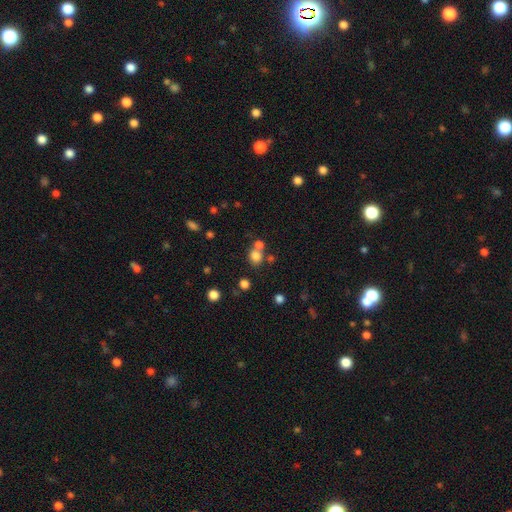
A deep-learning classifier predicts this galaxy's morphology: Smooth or featured? Predicted: smooth (p=0.78). How rounded? Predicted: round (p=0.78). Merging? Predicted: none (p=0.55).